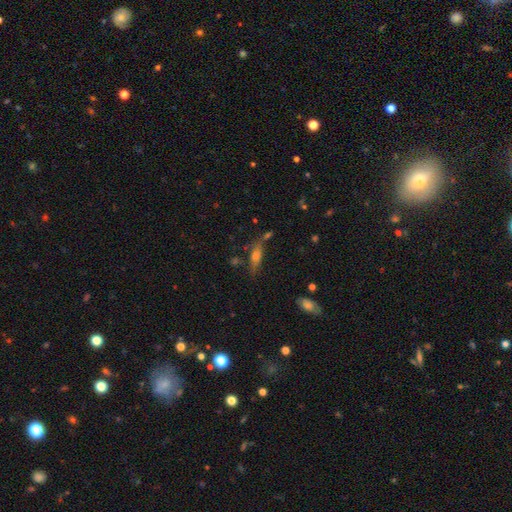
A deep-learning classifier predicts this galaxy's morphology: smooth 44%, featured or disk 36%, star or artifact 19%. Down the decision tree: merging — none (63%).